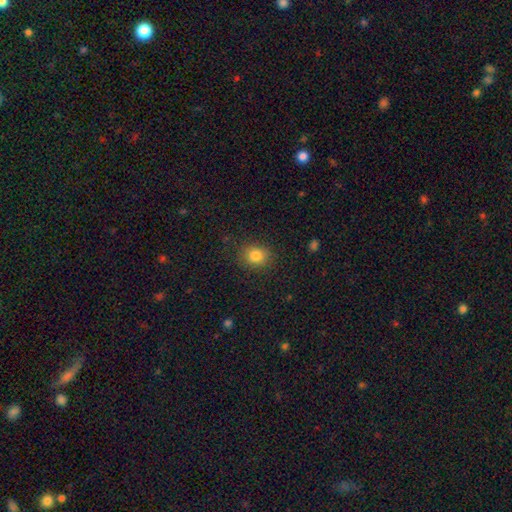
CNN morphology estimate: A smooth galaxy with no disk features (83%) that is round (69%).

Vote fractions:
- Smooth or featured? smooth: 83% / star or artifact: 11% / featured or disk: 6%
- How rounded? round: 69% / in between: 30% / cigar-shaped: 1%
- Merging? none: 86% / minor disturbance: 10% / major disturbance: 3% / merger: 1%